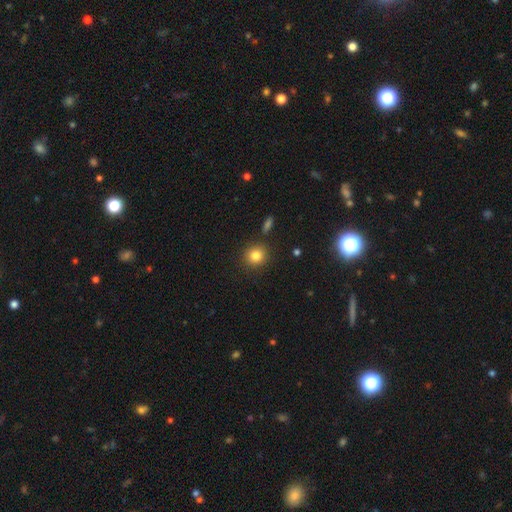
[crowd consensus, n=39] This appears to be a smooth galaxy with no disk features (92%) that is round (89%). Merging: none (95%).